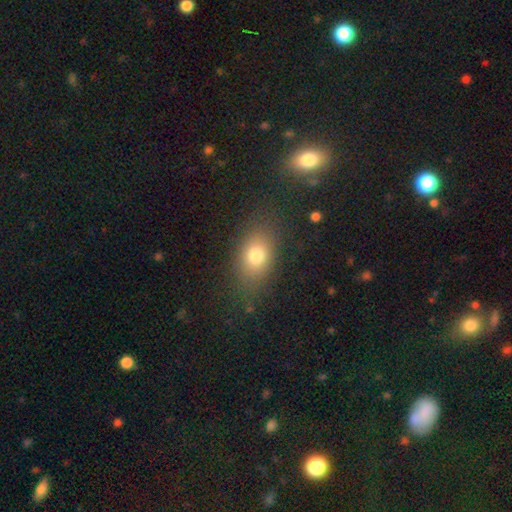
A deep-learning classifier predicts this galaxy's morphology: Overall: smooth (77%). How rounded: in between (76%). Merging: none (79%).